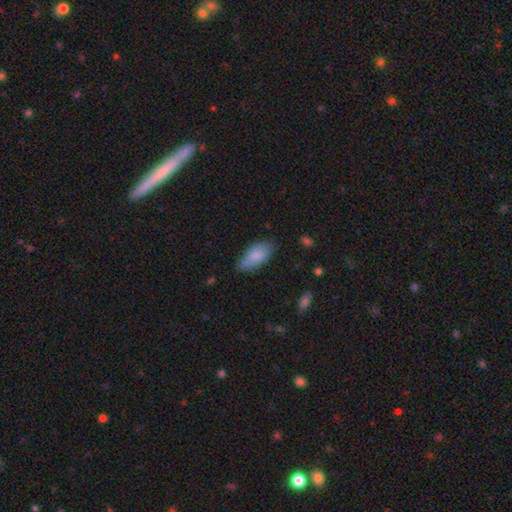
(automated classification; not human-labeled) smooth 82%, featured or disk 12%, star or artifact 7%. Down the decision tree: how rounded — in between (88%); merging — none (62%).